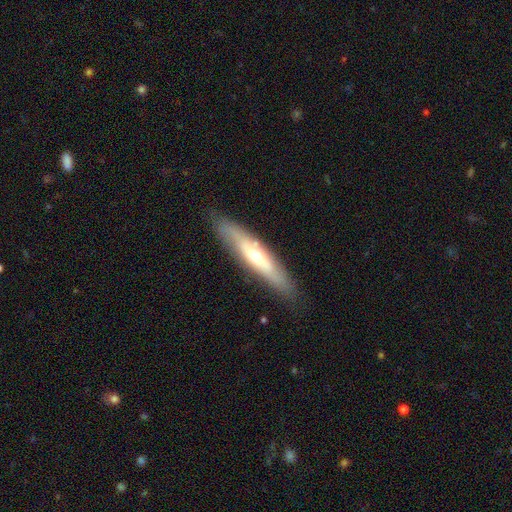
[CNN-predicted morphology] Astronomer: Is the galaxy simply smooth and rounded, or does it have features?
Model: featured or disk — 55% (runner-up: smooth, 39%).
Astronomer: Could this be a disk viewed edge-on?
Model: yes — 75%.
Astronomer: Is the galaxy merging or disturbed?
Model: none — 86%.